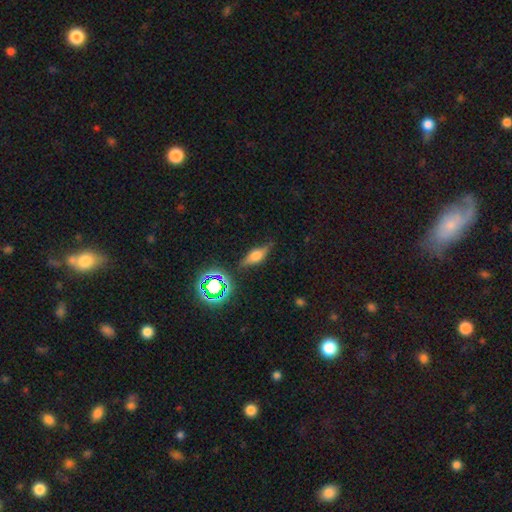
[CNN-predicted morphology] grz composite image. It shows a featured or disk galaxy (44%). Merging: none (76%).